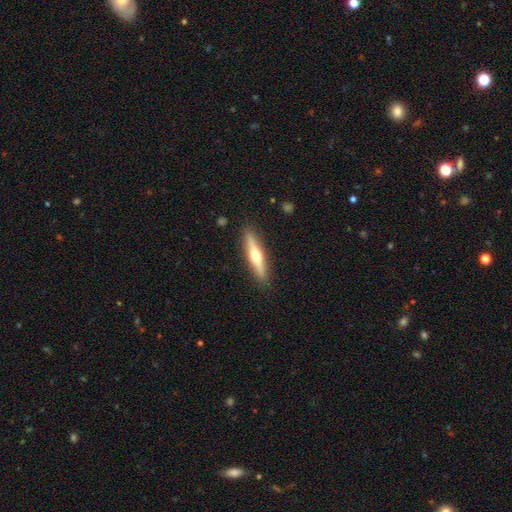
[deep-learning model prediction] smooth_or_featured: featured or disk (p=0.58) [alt: smooth p=0.36]
disk_edge_on: yes (p=0.95) [alt: no p=0.05]
edge_on_bulge: rounded (p=0.93) [alt: none p=0.05]
merging: none (p=0.90) [alt: minor disturbance p=0.08]